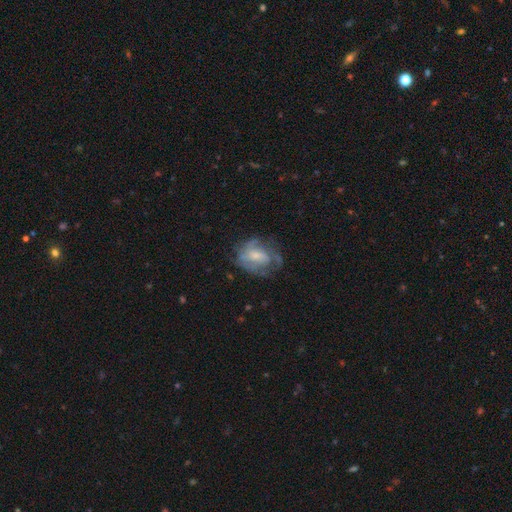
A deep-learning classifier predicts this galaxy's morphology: Q: Smooth or featured?
A: featured or disk (61%); runner-up: smooth (30%)
Q: Edge-on disk?
A: no (97%); runner-up: yes (3%)
Q: Bar?
A: no (54%); runner-up: weak (38%)
Q: Spiral arms?
A: yes (68%); runner-up: no (32%)
Q: Bulge size?
A: small (43%); runner-up: moderate (39%)
Q: Merging?
A: none (51%); runner-up: minor disturbance (25%)